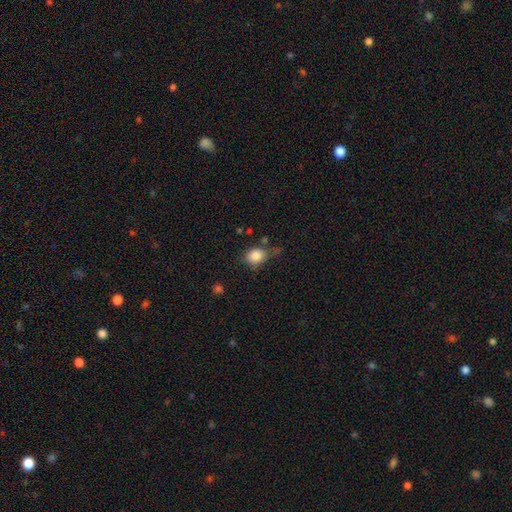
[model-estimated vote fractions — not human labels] smooth-or-featured: smooth: 85% | star or artifact: 9% | featured or disk: 6%
  how-rounded: round: 51% | in between: 48% | cigar-shaped: 1%
  merging: none: 62% | minor disturbance: 23% | major disturbance: 7% | merger: 7%